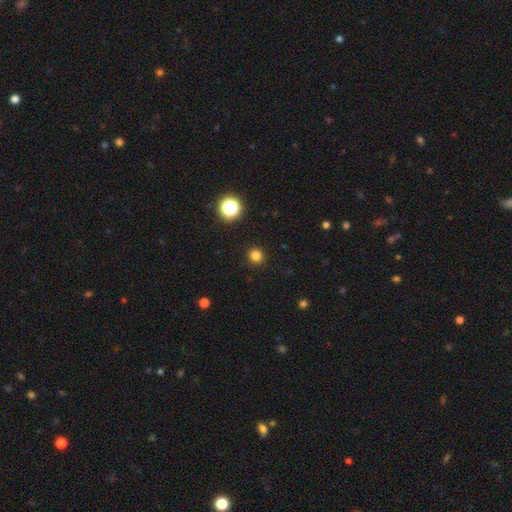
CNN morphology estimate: smooth_or_featured: smooth (p=0.81) [alt: star or artifact p=0.15]
how_rounded: round (p=0.89) [alt: in between p=0.10]
merging: none (p=0.91) [alt: minor disturbance p=0.06]